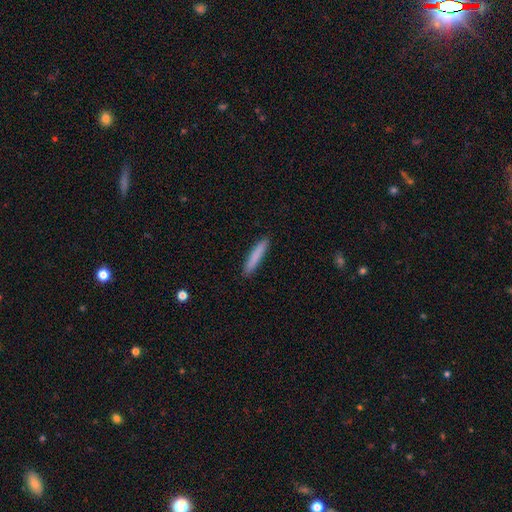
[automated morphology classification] Q: Smooth or featured?
A: smooth (83%); runner-up: featured or disk (11%)
Q: How rounded?
A: cigar-shaped (93%); runner-up: in between (6%)
Q: Merging?
A: none (91%); runner-up: minor disturbance (7%)